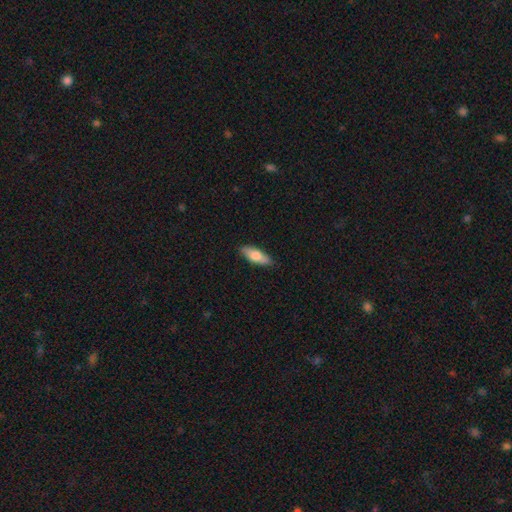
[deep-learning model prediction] Q: Smooth or featured?
A: smooth (73%); runner-up: featured or disk (21%)
Q: How rounded?
A: in between (64%); runner-up: cigar-shaped (34%)
Q: Merging?
A: none (87%); runner-up: minor disturbance (10%)